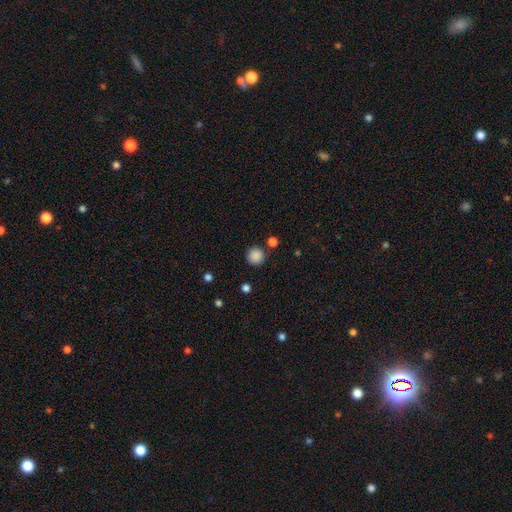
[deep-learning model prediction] Morphology: type=smooth (87%); roundness=round (95%); merging=none (87%).